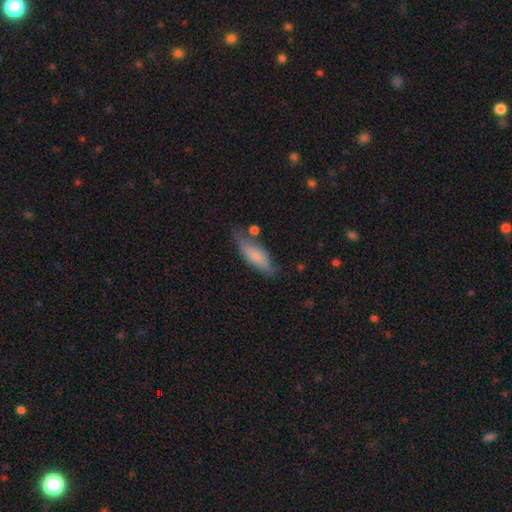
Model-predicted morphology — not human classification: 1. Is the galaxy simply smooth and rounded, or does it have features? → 73% smooth, 21% featured or disk, 7% star or artifact.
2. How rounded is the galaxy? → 54% in between, 44% cigar-shaped, 2% round.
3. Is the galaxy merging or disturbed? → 60% none, 27% minor disturbance, 7% major disturbance, 6% merger.